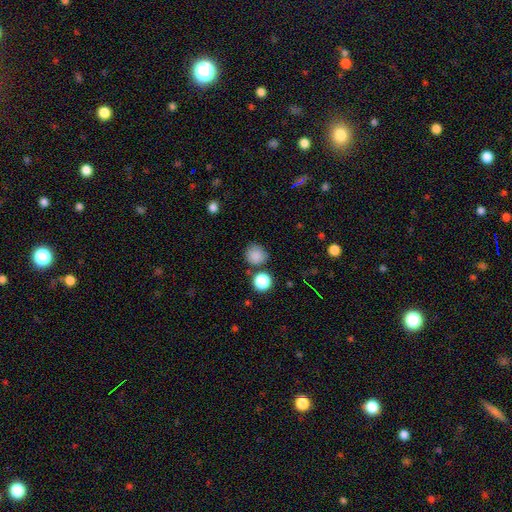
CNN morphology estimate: smooth-or-featured: smooth: 84% | star or artifact: 12% | featured or disk: 5%
  how-rounded: round: 90% | in between: 10% | cigar-shaped: 1%
  merging: none: 74% | minor disturbance: 13% | merger: 9% | major disturbance: 4%